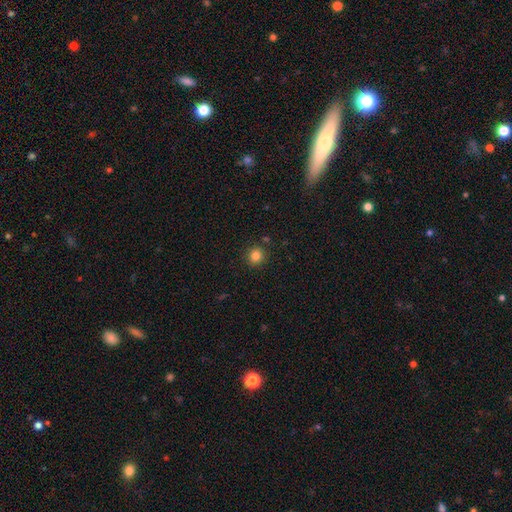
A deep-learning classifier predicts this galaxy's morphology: Smooth or featured? Predicted: smooth (p=0.83). How rounded? Predicted: round (p=0.92). Merging? Predicted: none (p=0.89).